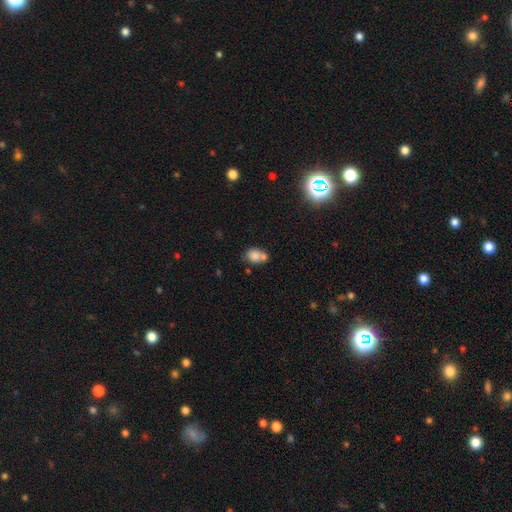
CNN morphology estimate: Smooth or featured?
  - smooth: 79% *
  - featured or disk: 11%
  - star or artifact: 10%
How rounded?
  - round: 52% *
  - in between: 46%
  - cigar-shaped: 1%
Merging?
  - merger: 42% *
  - none: 40%
  - minor disturbance: 13%
  - major disturbance: 5%